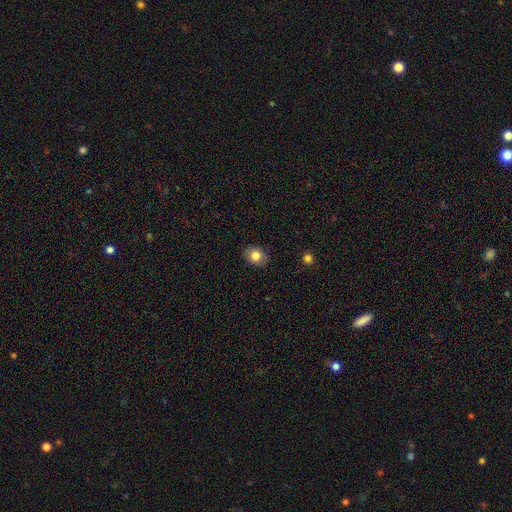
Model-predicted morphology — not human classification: smooth-or-featured: smooth: 82% | featured or disk: 9% | star or artifact: 9%
  how-rounded: round: 55% | in between: 44% | cigar-shaped: 1%
  merging: none: 86% | minor disturbance: 10% | major disturbance: 2% | merger: 1%